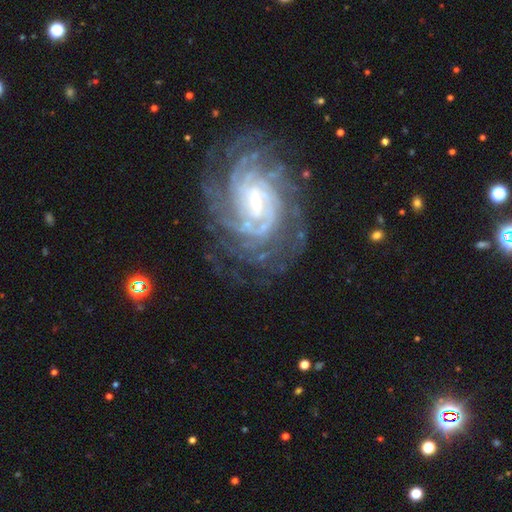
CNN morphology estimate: Overall: featured or disk (84%). Edge-on disk: no (97%). Bar: no (50%; weak 35%). Spiral arms: yes (97%). Spiral arm count: can't tell (28%; 4 18%). Spiral winding: tight (74%). Bulge size: small (46%; moderate 40%). Merging: none (80%).